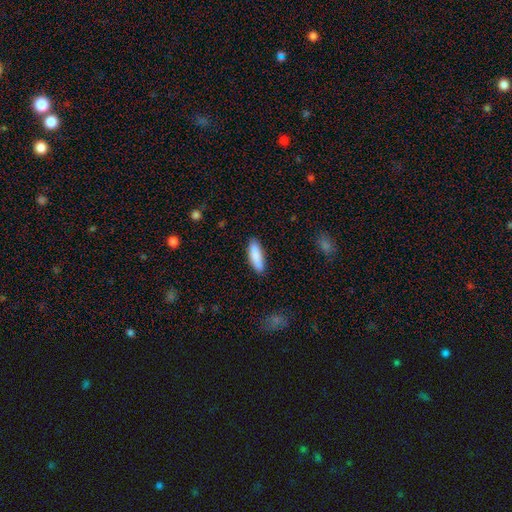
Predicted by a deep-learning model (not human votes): A smooth galaxy with no disk features (88%) that is in between round and cigar-shaped (54%).

Vote fractions:
- Smooth or featured? smooth: 88% / featured or disk: 6% / star or artifact: 6%
- How rounded? in between: 54% / cigar-shaped: 45% / round: 2%
- Merging? none: 86% / minor disturbance: 11% / major disturbance: 2% / merger: 1%